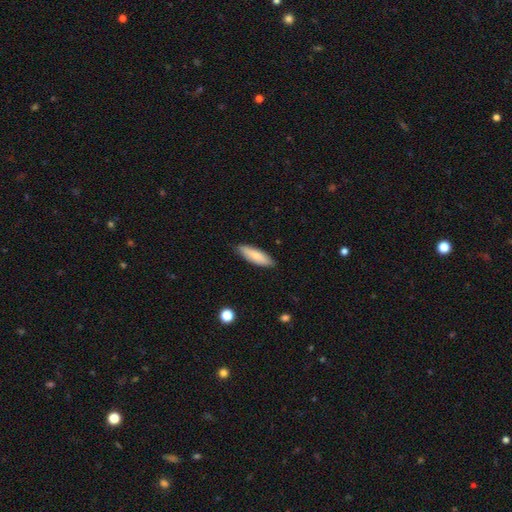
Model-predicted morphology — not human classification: type=smooth (77%); roundness=cigar-shaped (49%, tied with in between); merging=none (85%).